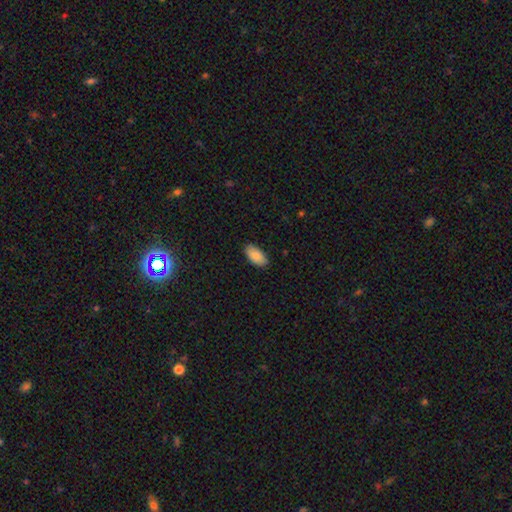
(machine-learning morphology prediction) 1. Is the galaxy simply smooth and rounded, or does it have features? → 86% smooth, 7% featured or disk, 6% star or artifact.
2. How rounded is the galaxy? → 94% in between, 4% cigar-shaped, 2% round.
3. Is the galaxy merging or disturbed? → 87% none, 10% minor disturbance, 2% major disturbance, 1% merger.